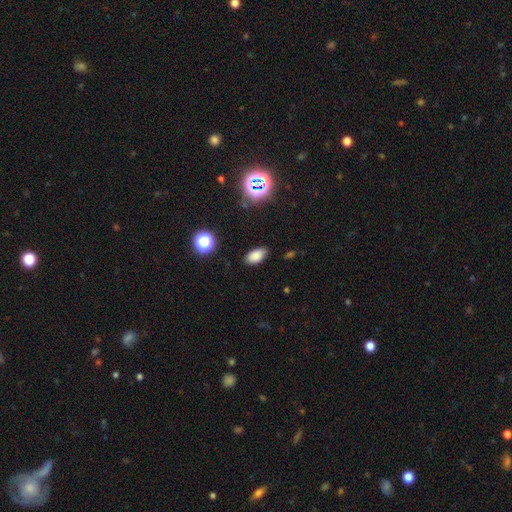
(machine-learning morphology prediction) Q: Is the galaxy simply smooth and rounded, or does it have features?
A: smooth — 81%.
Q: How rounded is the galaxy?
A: in between — 91%.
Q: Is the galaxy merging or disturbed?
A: none — 84%.